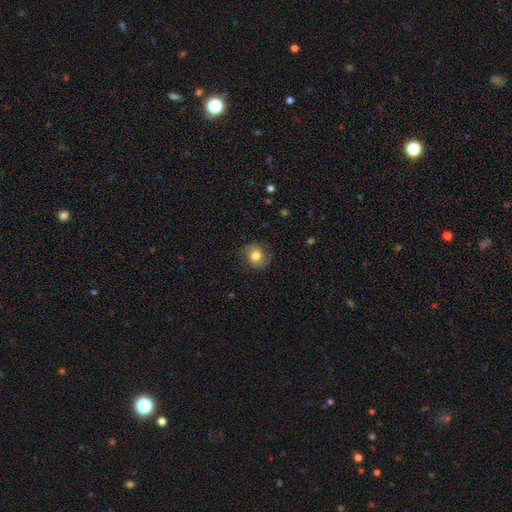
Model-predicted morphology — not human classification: Smooth or featured? Predicted: smooth (p=0.67). How rounded? Predicted: round (p=0.69). Merging? Predicted: none (p=0.79).